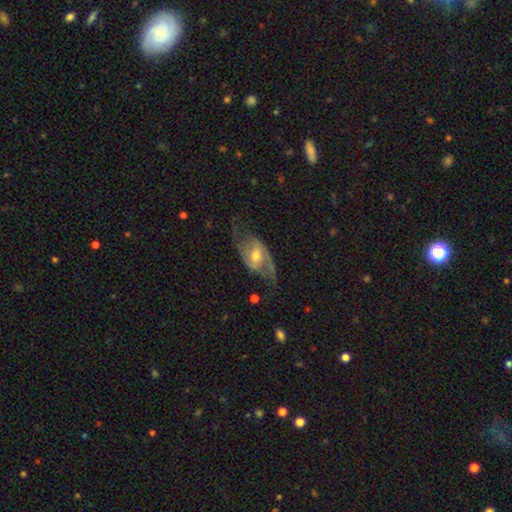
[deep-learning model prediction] Smooth or featured? featured or disk (80%)
Edge-on disk? no (94%)
Bar? weak (46%)
Spiral arms? yes (91%)
Spiral winding? loose (49%)
Spiral arm count? 2 (88%)
Bulge size? moderate (66%)
Merging? none (66%)